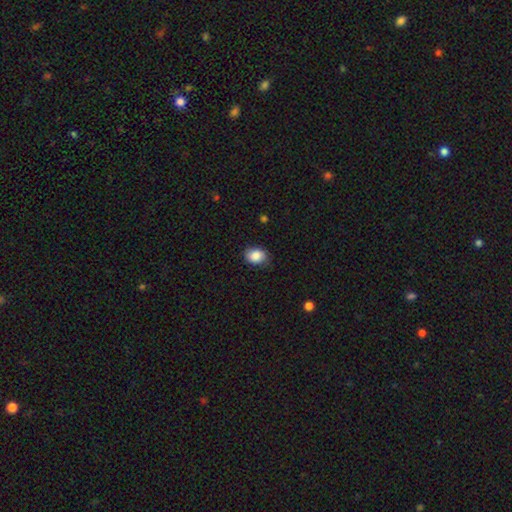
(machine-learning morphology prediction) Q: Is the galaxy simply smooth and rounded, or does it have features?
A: smooth — 87%.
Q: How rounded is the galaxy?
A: in between — 62%.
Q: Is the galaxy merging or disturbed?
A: none — 79%.